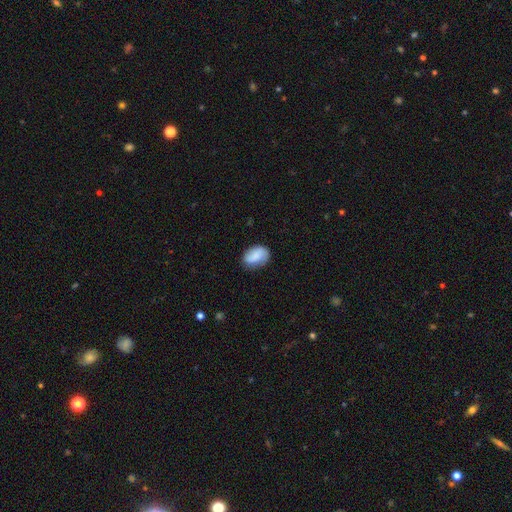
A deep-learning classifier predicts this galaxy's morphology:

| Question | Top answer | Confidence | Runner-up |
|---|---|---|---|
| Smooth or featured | smooth | 74% | featured or disk (18%) |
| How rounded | in between | 82% | round (16%) |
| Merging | none | 71% | minor disturbance (22%) |